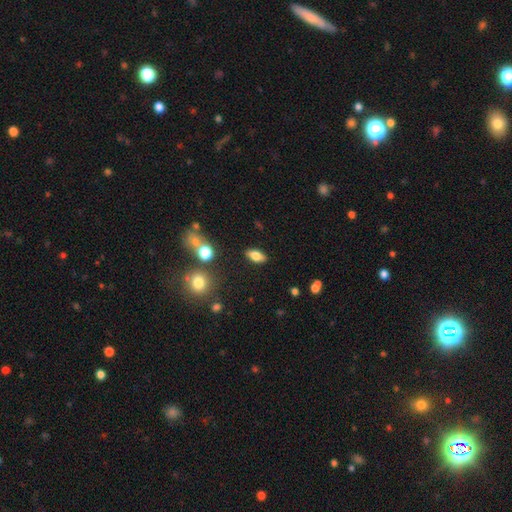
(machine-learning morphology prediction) type=smooth (73%); roundness=in between (83%); merging=none (86%).